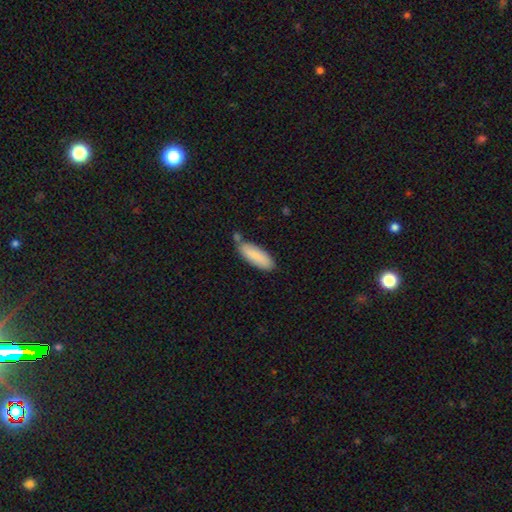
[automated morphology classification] This is clearly a smooth galaxy (84%). How rounded: likely in between (61%). Merging: likely none (69%).